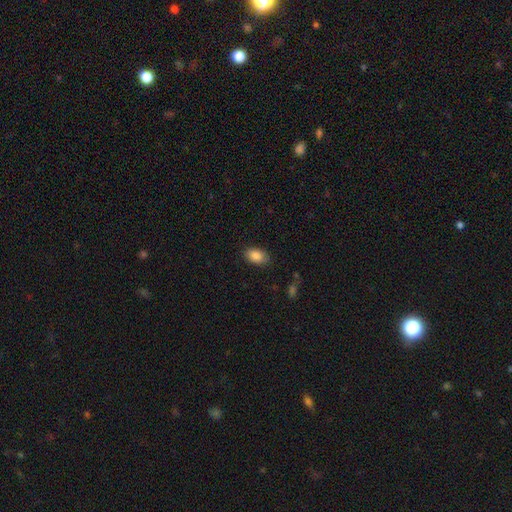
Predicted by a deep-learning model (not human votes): A smooth galaxy with no disk features (88%) that is in between round and cigar-shaped (89%). Merging: none (83%).